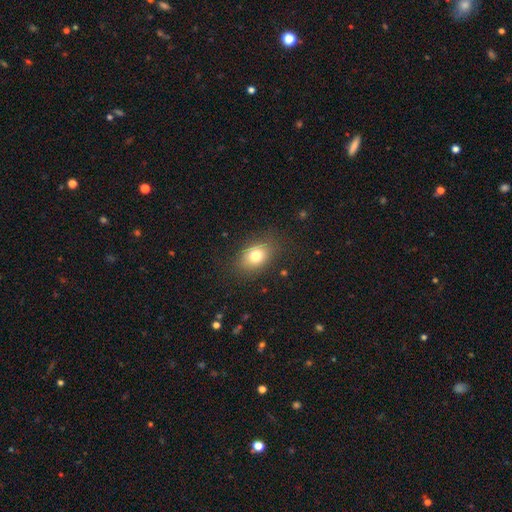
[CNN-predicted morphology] A smooth galaxy with no disk features (77%) that is in between round and cigar-shaped (70%). Merging: none (81%).